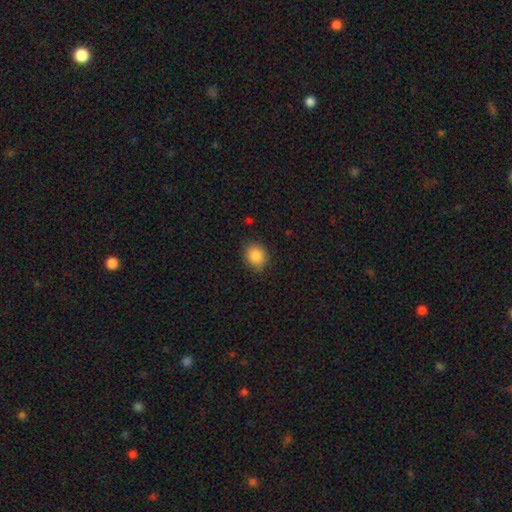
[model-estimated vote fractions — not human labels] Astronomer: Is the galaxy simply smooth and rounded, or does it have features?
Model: smooth — 87%.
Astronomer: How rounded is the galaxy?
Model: round — 67%.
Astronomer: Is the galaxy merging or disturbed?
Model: none — 85%.